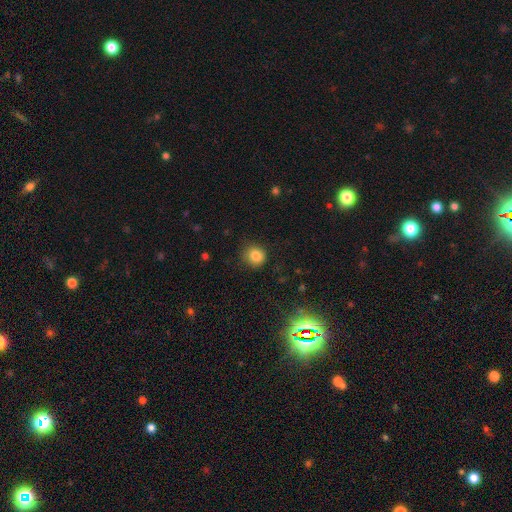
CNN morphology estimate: Q: Smooth or featured?
A: smooth (83%); runner-up: star or artifact (12%)
Q: How rounded?
A: round (89%); runner-up: in between (11%)
Q: Merging?
A: none (84%); runner-up: minor disturbance (11%)